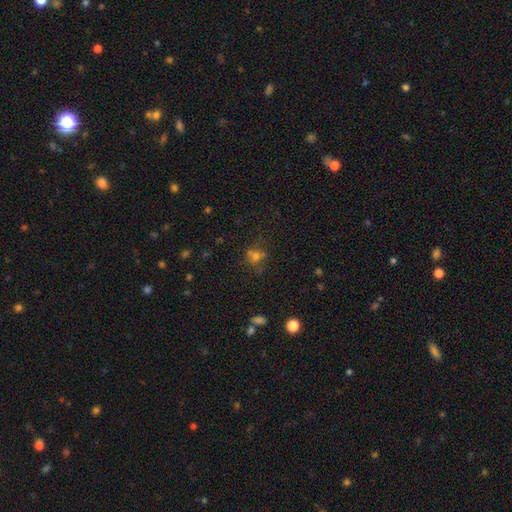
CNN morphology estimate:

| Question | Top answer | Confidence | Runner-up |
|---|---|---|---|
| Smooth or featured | smooth | 60% | star or artifact (24%) |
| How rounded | round | 74% | in between (25%) |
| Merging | none | 51% | merger (26%) |